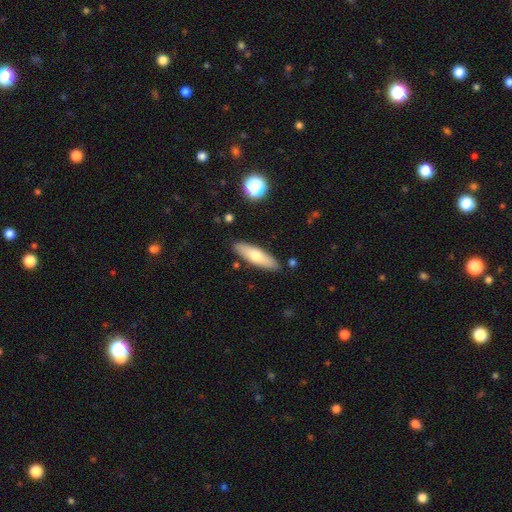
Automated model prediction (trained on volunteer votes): A smooth galaxy with no disk features (64%) that is cigar-shaped (54%). Merging: none (87%).